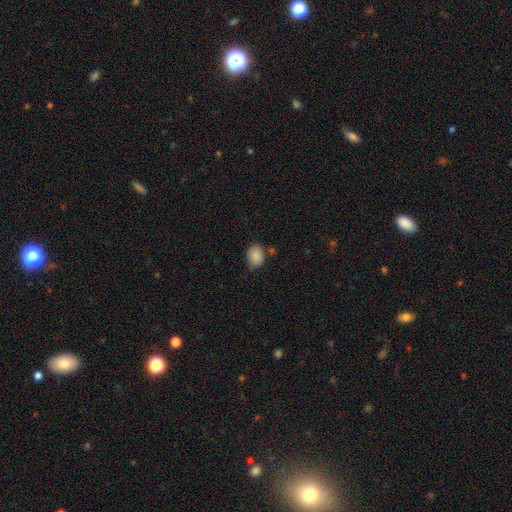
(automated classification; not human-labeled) smooth-or-featured: smooth: 87% | star or artifact: 8% | featured or disk: 5%
  how-rounded: in between: 67% | round: 32% | cigar-shaped: 1%
  merging: none: 67% | minor disturbance: 23% | merger: 5% | major disturbance: 4%